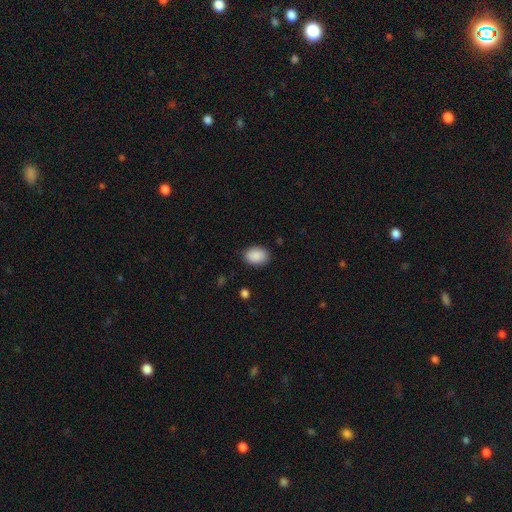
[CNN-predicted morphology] Overall: smooth (90%). How rounded: in between (78%). Merging: none (85%).